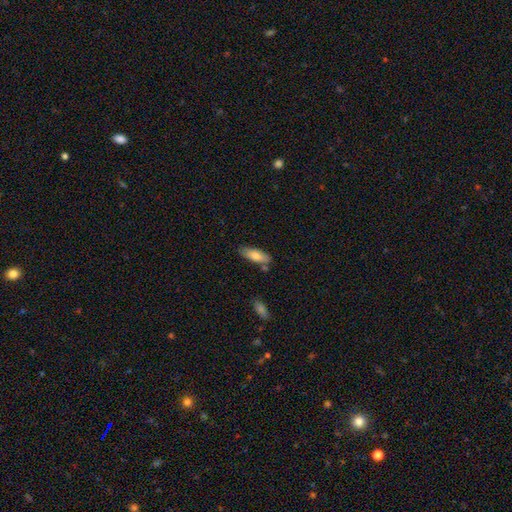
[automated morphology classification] smooth_or_featured: smooth (p=0.78) [alt: featured or disk p=0.16]
how_rounded: in between (p=0.69) [alt: cigar-shaped p=0.29]
merging: none (p=0.73) [alt: minor disturbance p=0.17]